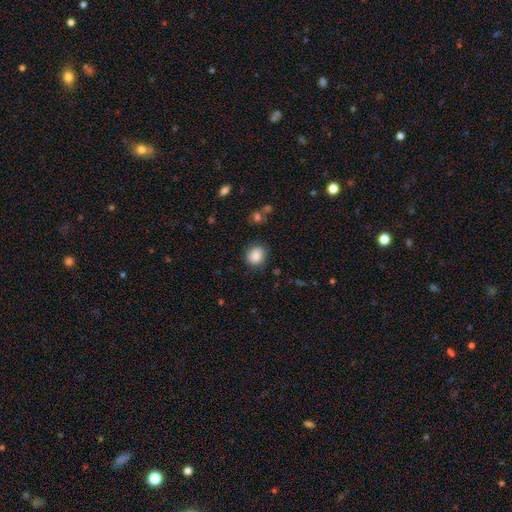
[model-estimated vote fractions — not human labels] This appears to be a smooth galaxy with no disk features (85%) that is round (67%). Merging: none (76%).